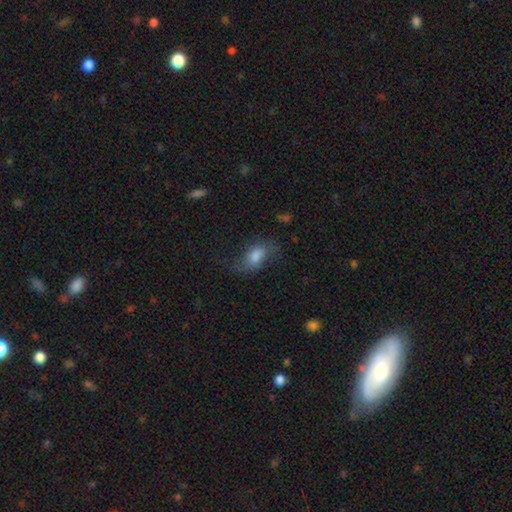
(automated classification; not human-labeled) Q: Smooth or featured?
A: smooth (60%); runner-up: featured or disk (29%)
Q: How rounded?
A: in between (85%); runner-up: round (10%)
Q: Merging?
A: none (52%); runner-up: minor disturbance (24%)